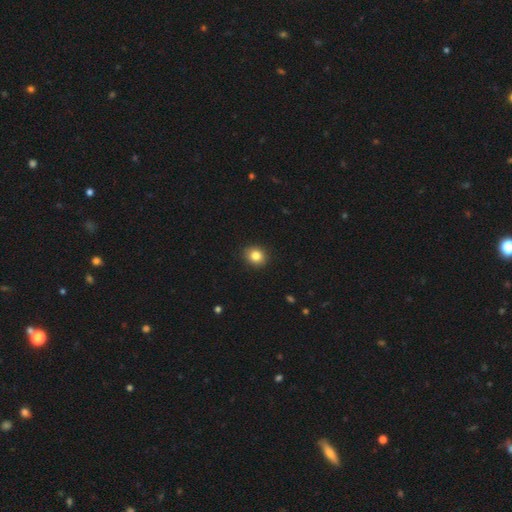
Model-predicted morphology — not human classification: smooth-or-featured: smooth: 83% | star or artifact: 10% | featured or disk: 6%
  how-rounded: round: 78% | in between: 21% | cigar-shaped: 1%
  merging: none: 91% | minor disturbance: 6% | major disturbance: 2% | merger: 1%